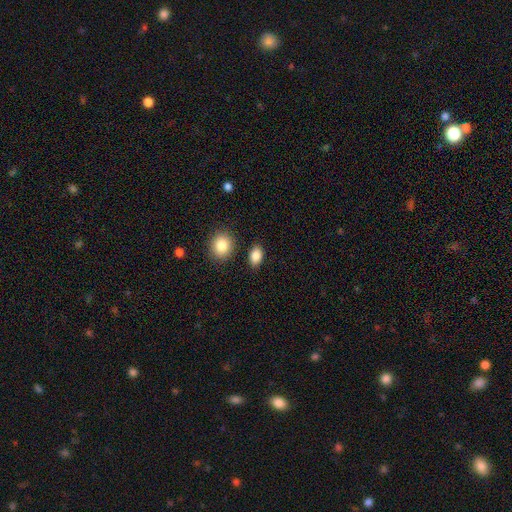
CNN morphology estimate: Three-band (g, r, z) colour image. It shows a smooth galaxy with no disk features (87%) that is in between round and cigar-shaped (84%). Merging: none (84%).